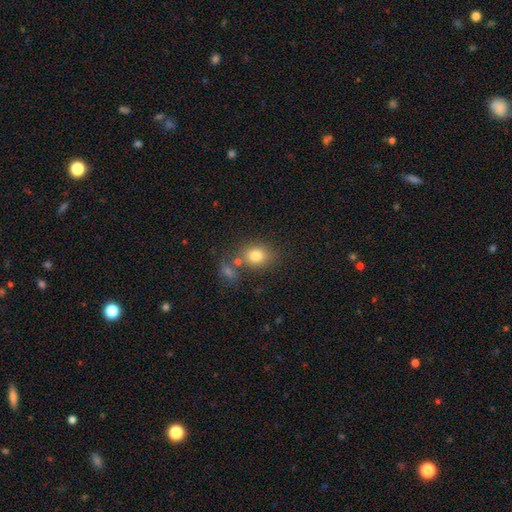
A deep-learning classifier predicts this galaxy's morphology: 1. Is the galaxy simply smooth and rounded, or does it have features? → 80% smooth, 11% star or artifact, 9% featured or disk.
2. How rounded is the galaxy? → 52% round, 47% in between, 1% cigar-shaped.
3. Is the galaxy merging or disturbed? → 66% none, 16% merger, 13% minor disturbance, 5% major disturbance.